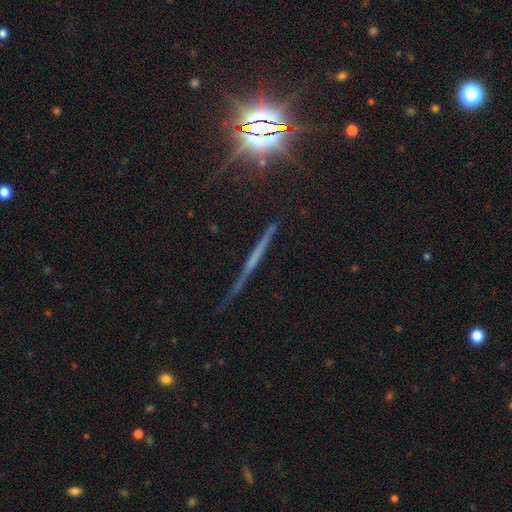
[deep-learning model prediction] smooth_or_featured: featured or disk (p=0.54) [alt: star or artifact p=0.26]
disk_edge_on: yes (p=0.95) [alt: no p=0.05]
edge_on_bulge: none (p=0.70) [alt: rounded p=0.20]
merging: none (p=0.82) [alt: minor disturbance p=0.12]